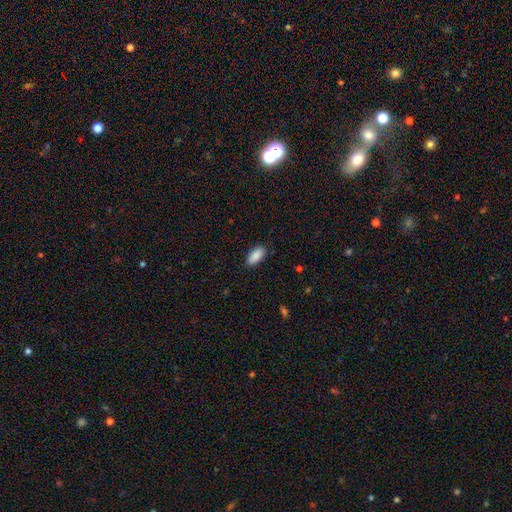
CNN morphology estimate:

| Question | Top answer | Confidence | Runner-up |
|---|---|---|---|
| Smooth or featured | smooth | 90% | star or artifact (6%) |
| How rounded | in between | 91% | cigar-shaped (7%) |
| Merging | none | 88% | minor disturbance (9%) |